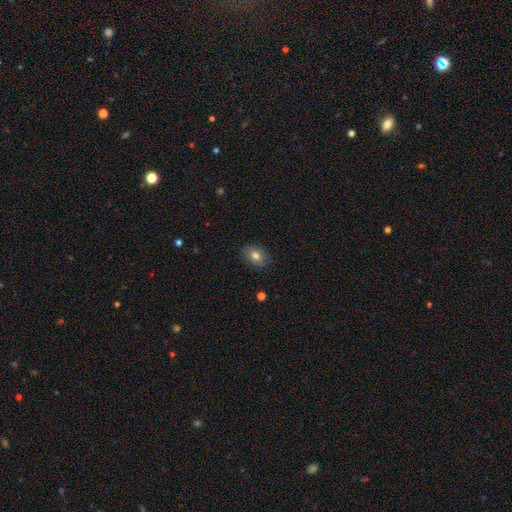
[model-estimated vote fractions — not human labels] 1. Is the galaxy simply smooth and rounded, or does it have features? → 76% smooth, 14% featured or disk, 10% star or artifact.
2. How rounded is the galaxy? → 71% in between, 28% round, 1% cigar-shaped.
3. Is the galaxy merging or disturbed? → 85% none, 12% minor disturbance, 3% major disturbance, 1% merger.